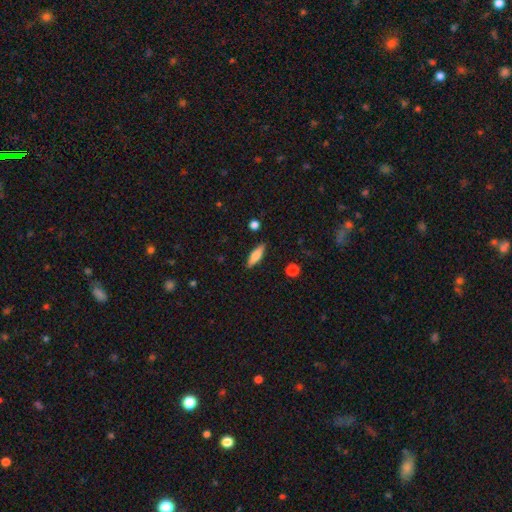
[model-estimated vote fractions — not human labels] The model was most divided on "how rounded": cigar-shaped: 55%, in between: 43%, round: 2%. More confident: merging — none (87%); smooth or featured — smooth (71%).